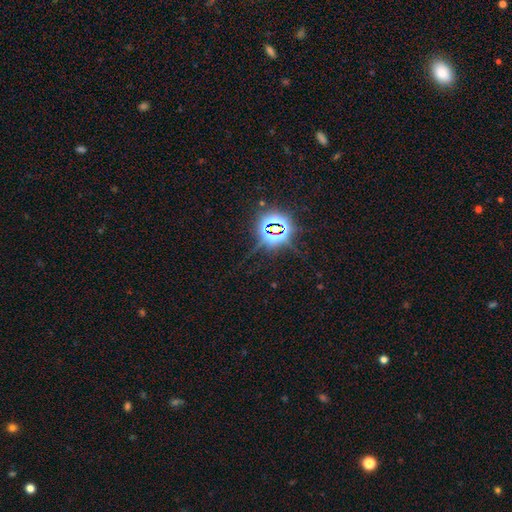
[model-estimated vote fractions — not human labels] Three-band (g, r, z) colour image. It shows a star or artifact, not a galaxy (83%).